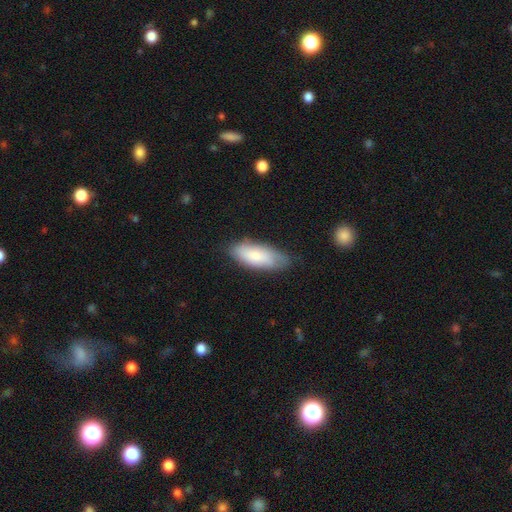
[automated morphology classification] smooth_or_featured: smooth (p=0.73) [alt: featured or disk p=0.21]
how_rounded: in between (p=0.75) [alt: cigar-shaped p=0.23]
merging: none (p=0.68) [alt: minor disturbance p=0.25]